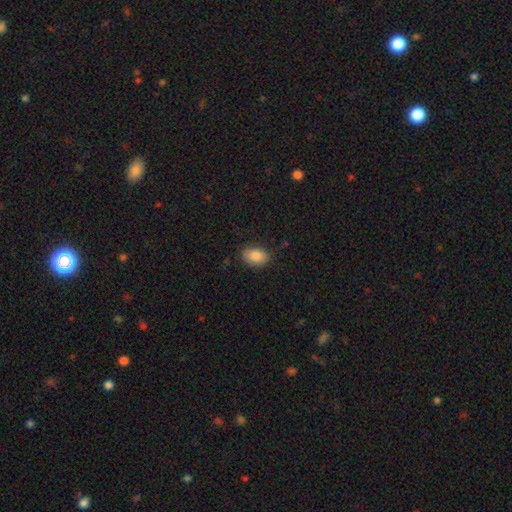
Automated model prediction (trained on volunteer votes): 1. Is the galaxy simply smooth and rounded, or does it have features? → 86% smooth, 8% star or artifact, 7% featured or disk.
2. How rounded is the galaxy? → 83% in between, 16% round, 1% cigar-shaped.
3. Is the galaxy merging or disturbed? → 83% none, 13% minor disturbance, 3% major disturbance, 1% merger.